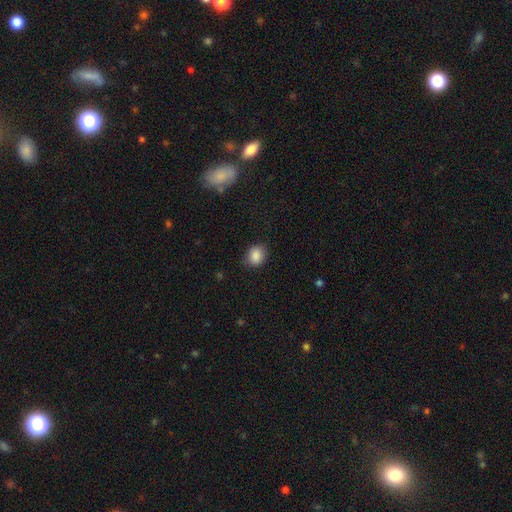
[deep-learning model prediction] smooth 87%, star or artifact 9%, featured or disk 4%. Down the decision tree: how rounded — round (61%); merging — none (82%).